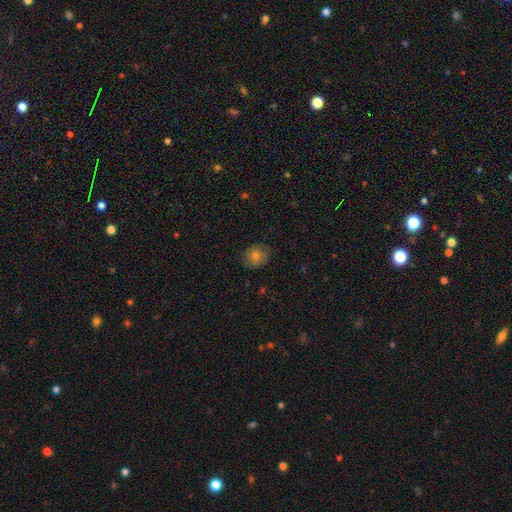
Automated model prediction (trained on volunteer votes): This is likely a smooth galaxy (74%). How rounded: likely round (78%). Merging: clearly none (83%).